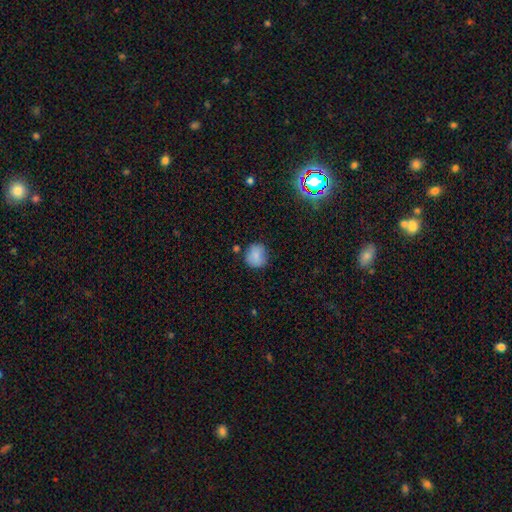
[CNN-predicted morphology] Smooth or featured?
  - smooth: 83% *
  - star or artifact: 10%
  - featured or disk: 7%
How rounded?
  - round: 83% *
  - in between: 16%
  - cigar-shaped: 1%
Merging?
  - none: 74% *
  - minor disturbance: 18%
  - merger: 4%
  - major disturbance: 4%